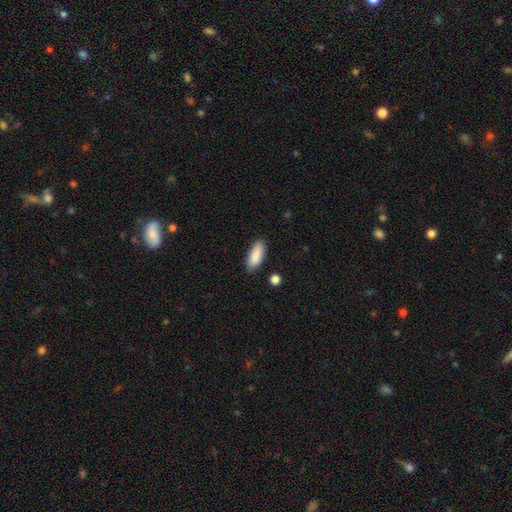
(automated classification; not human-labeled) smooth 88%, star or artifact 6%, featured or disk 6%. Down the decision tree: how rounded — in between (80%); merging — none (84%).